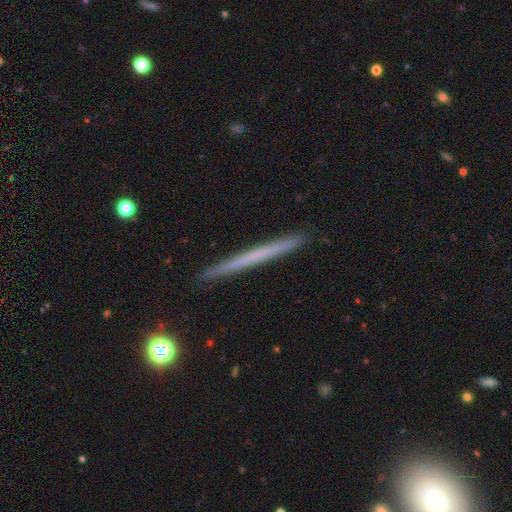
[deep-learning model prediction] Smooth or featured? smooth (47%, tied with featured or disk)
Merging? none (92%)